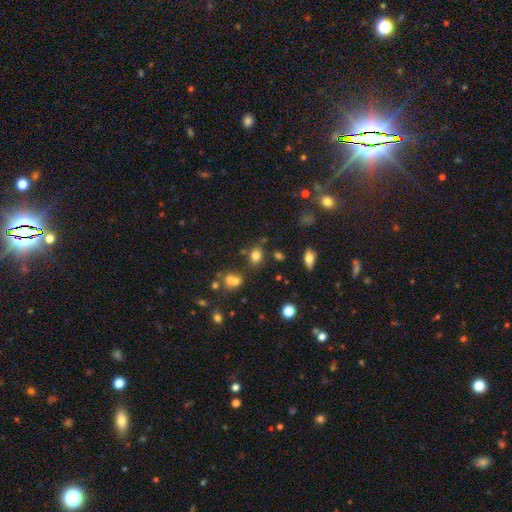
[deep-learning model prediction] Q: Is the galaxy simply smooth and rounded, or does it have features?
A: smooth — 78%.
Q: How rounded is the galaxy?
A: in between — 57%.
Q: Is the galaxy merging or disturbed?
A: none — 72%.